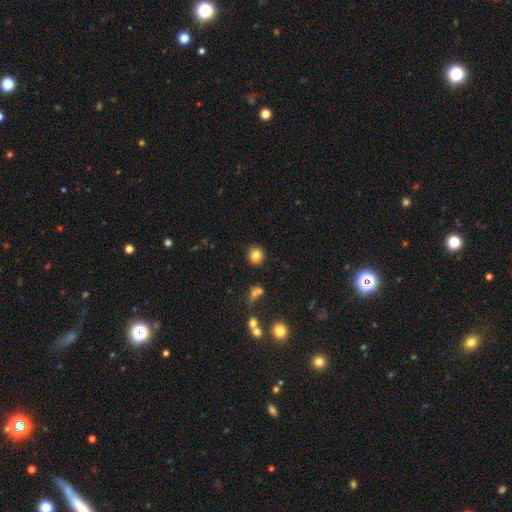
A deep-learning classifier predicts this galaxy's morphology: smooth-or-featured: smooth: 81% | star or artifact: 11% | featured or disk: 8%
  how-rounded: round: 61% | in between: 38% | cigar-shaped: 1%
  merging: none: 75% | minor disturbance: 13% | merger: 9% | major disturbance: 4%